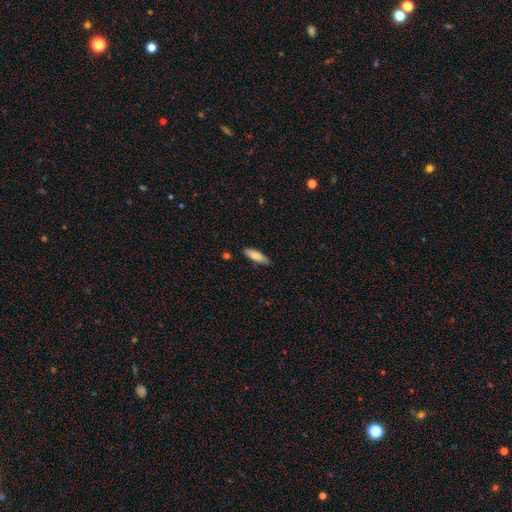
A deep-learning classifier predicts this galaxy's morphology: The model was most divided on "how rounded": cigar-shaped: 50%, in between: 48%, round: 2%. More confident: merging — none (86%); smooth or featured — smooth (81%).